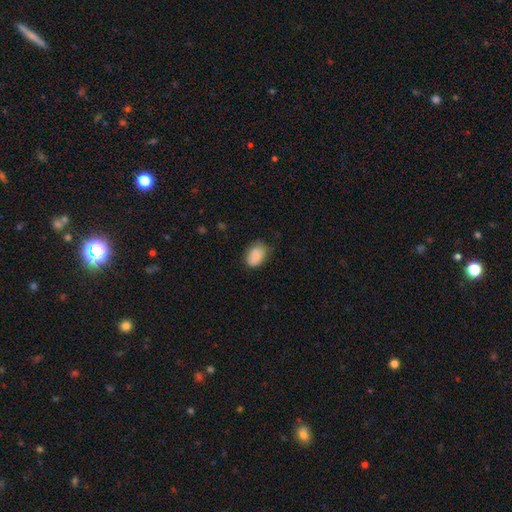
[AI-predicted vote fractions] smooth 86%, star or artifact 8%, featured or disk 6%. Down the decision tree: how rounded — in between (79%); merging — none (60%).